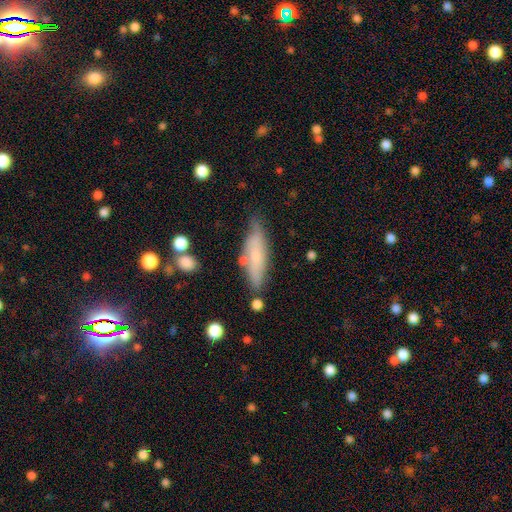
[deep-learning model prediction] Morphology: type=smooth (64%); roundness=cigar-shaped (61%); merging=none (68%).